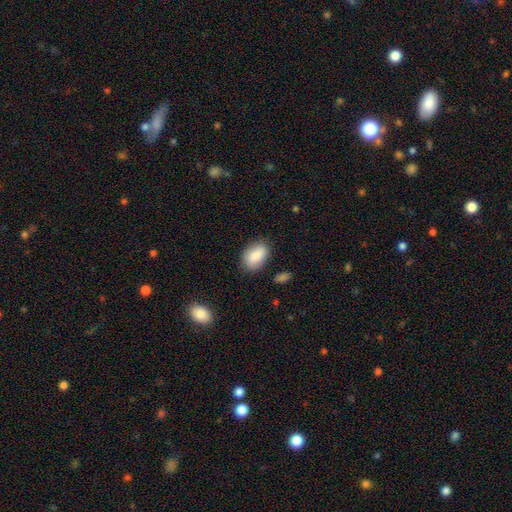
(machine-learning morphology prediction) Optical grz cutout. It shows a smooth galaxy with no disk features (83%) that is in between round and cigar-shaped (88%). Merging: none (80%).